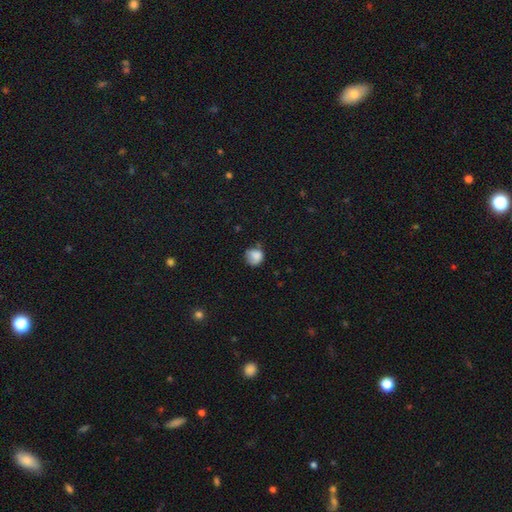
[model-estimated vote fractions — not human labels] smooth 81%, featured or disk 10%, star or artifact 10%. Down the decision tree: how rounded — round (77%); merging — none (49%).